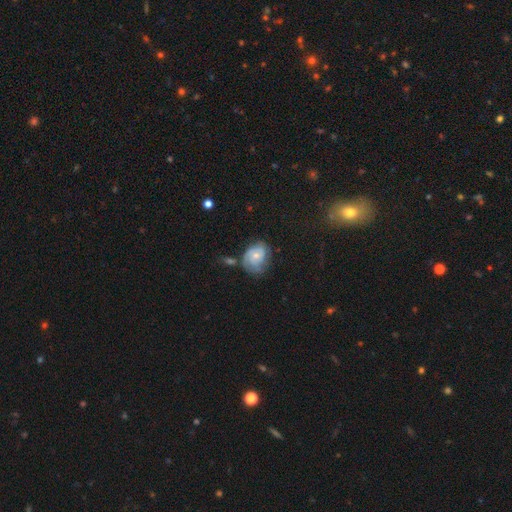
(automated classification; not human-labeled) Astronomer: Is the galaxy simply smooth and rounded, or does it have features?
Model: featured or disk — 65%.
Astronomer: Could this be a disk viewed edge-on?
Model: no — 97%.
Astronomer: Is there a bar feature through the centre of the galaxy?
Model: no — 74%.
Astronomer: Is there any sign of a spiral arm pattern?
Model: yes — 87%.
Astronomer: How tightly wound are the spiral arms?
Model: tight — 63%.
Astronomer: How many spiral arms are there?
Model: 2 — 39% (runner-up: can't tell, 33%).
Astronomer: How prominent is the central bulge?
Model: small — 49% (runner-up: moderate, 46%).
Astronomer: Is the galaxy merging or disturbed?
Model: none — 52% (runner-up: minor disturbance, 27%).